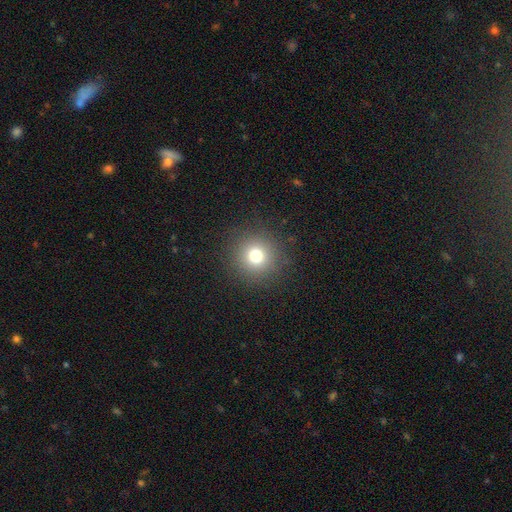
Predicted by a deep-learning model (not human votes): Overall: smooth (76%). How rounded: round (95%). Merging: none (90%).